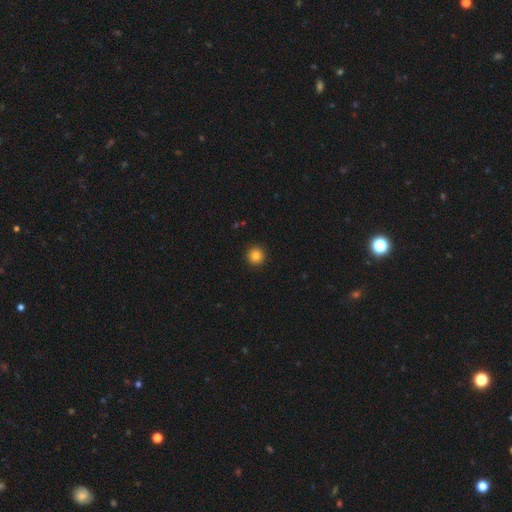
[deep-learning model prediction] smooth_or_featured: smooth (p=0.84) [alt: star or artifact p=0.11]
how_rounded: round (p=0.96) [alt: in between p=0.03]
merging: none (p=0.93) [alt: minor disturbance p=0.05]